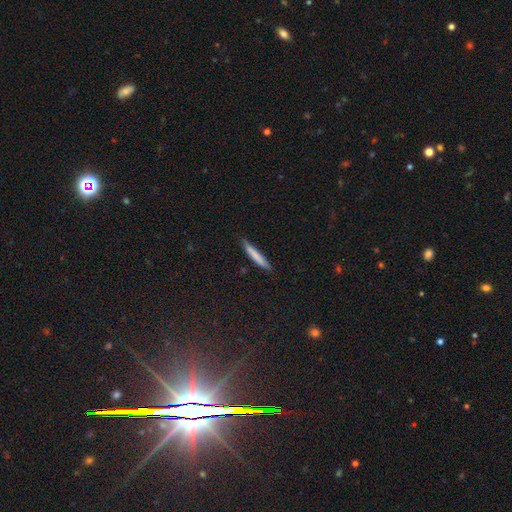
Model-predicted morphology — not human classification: A smooth galaxy with no disk features (75%) that is cigar-shaped (95%). Merging: none (84%).